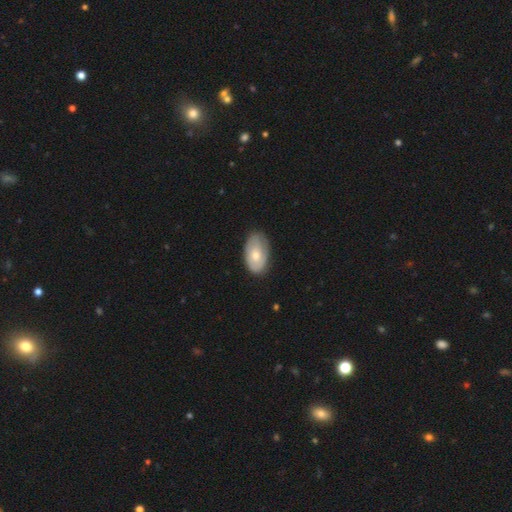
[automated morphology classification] smooth 57%, featured or disk 37%, star or artifact 6%. Down the decision tree: how rounded — in between (92%); merging — none (73%).